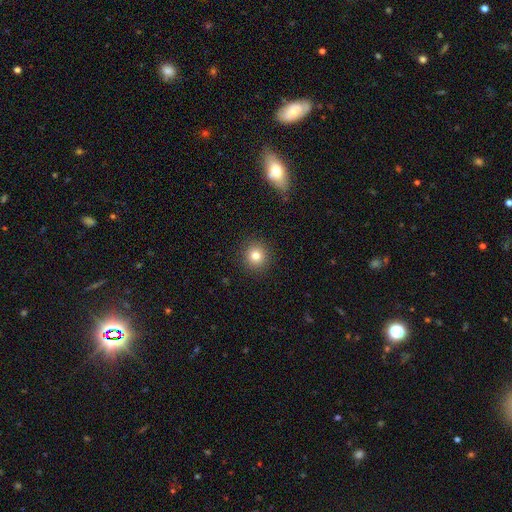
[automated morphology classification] A smooth galaxy with no disk features (80%) that is round (92%).

Vote fractions:
- Smooth or featured? smooth: 80% / star or artifact: 13% / featured or disk: 7%
- How rounded? round: 92% / in between: 7% / cigar-shaped: 1%
- Merging? none: 91% / minor disturbance: 6% / major disturbance: 2% / merger: 1%